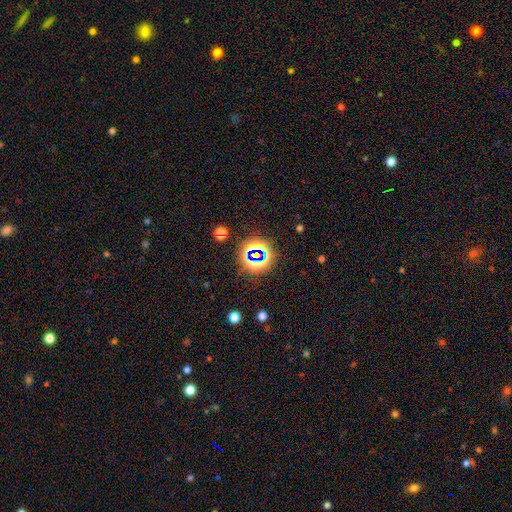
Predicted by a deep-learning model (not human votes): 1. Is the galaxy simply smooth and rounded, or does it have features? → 73% star or artifact, 17% smooth, 10% featured or disk.